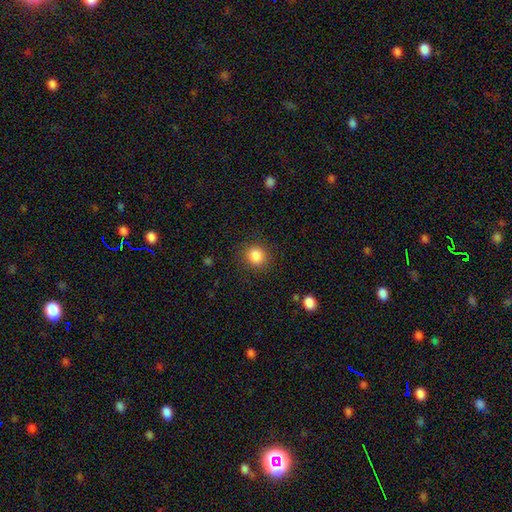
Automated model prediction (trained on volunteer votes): smooth_or_featured: smooth (p=0.85) [alt: star or artifact p=0.10]
how_rounded: round (p=0.83) [alt: in between p=0.16]
merging: none (p=0.87) [alt: minor disturbance p=0.08]